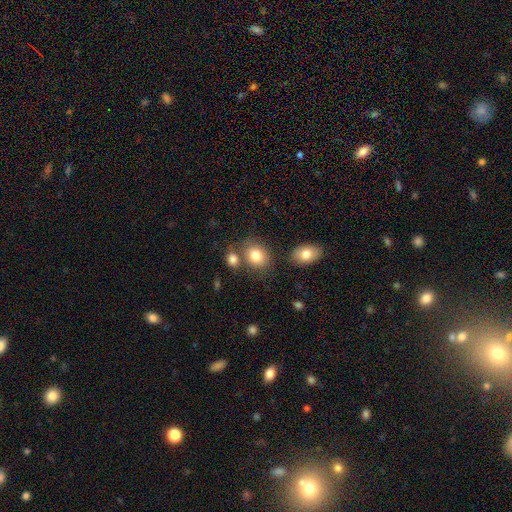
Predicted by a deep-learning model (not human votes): smooth 82%, star or artifact 9%, featured or disk 9%. Down the decision tree: how rounded — round (52%); merging — none (66%).